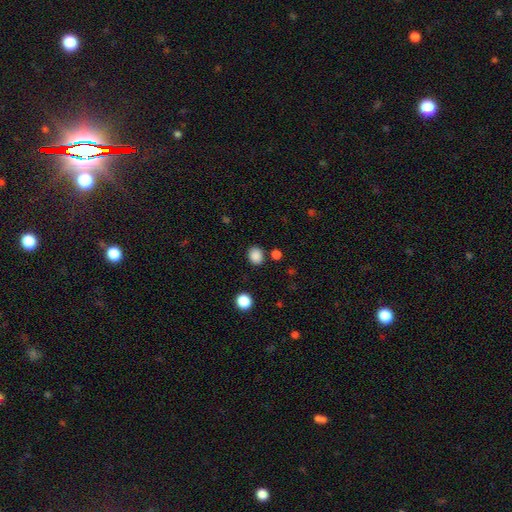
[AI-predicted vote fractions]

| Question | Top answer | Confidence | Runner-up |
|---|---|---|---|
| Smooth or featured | smooth | 86% | star or artifact (11%) |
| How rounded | round | 64% | in between (35%) |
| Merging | none | 83% | minor disturbance (9%) |